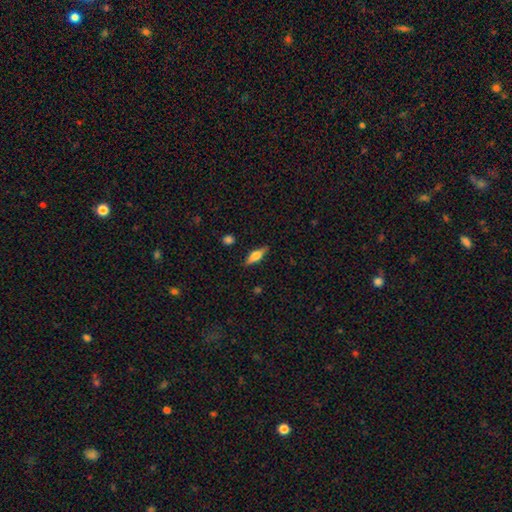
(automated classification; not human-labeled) Q: Smooth or featured?
A: smooth (52%); runner-up: featured or disk (41%)
Q: How rounded?
A: in between (57%); runner-up: cigar-shaped (40%)
Q: Merging?
A: none (86%); runner-up: minor disturbance (10%)